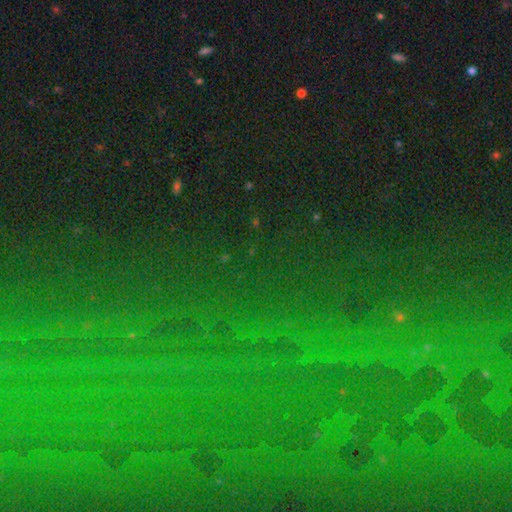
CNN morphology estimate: star or artifact 82%, smooth 10%, featured or disk 8%.